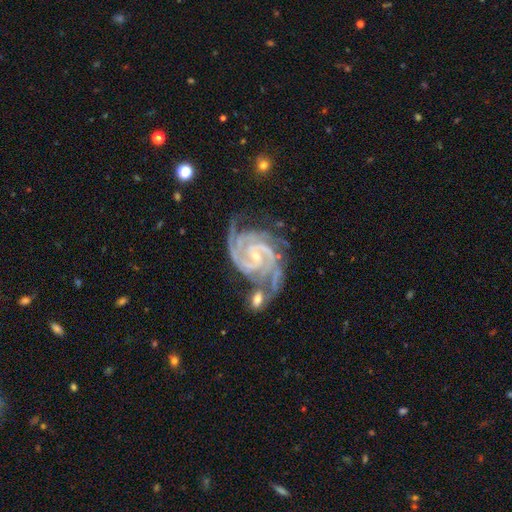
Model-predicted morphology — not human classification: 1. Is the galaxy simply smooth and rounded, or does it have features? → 93% featured or disk, 4% star or artifact, 2% smooth.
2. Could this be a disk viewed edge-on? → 98% no, 2% yes.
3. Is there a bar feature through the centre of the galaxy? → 40% weak, 38% no, 22% strong.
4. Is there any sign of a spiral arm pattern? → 99% yes, 1% no.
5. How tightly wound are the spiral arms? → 65% tight, 31% medium, 4% loose.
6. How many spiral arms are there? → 36% 2, 31% 3, 13% 4, 8% can't tell, 6% more than 4, 6% 1.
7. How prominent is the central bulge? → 75% small, 21% moderate, 2% none, 1% large, 1% dominant.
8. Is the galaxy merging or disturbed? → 51% none, 23% minor disturbance, 15% merger, 11% major disturbance.